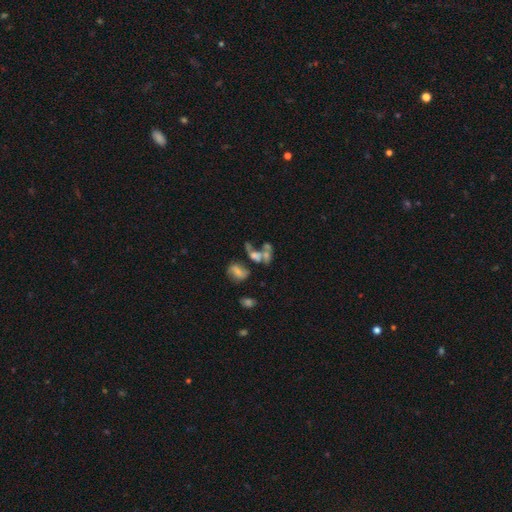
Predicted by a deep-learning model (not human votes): Smooth or featured: featured or disk — 42% (smooth — 41%)
Merging: merger — 47% (none — 24%)